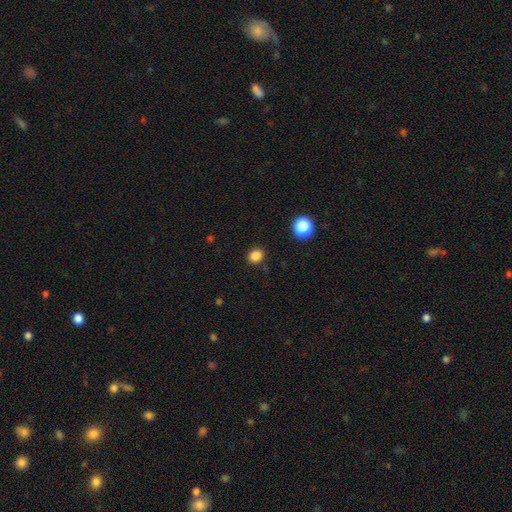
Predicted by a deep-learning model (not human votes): Smooth or featured?
  - smooth: 84% *
  - star or artifact: 12%
  - featured or disk: 3%
How rounded?
  - round: 64% *
  - in between: 35%
  - cigar-shaped: 1%
Merging?
  - none: 88% *
  - minor disturbance: 8%
  - major disturbance: 2%
  - merger: 2%